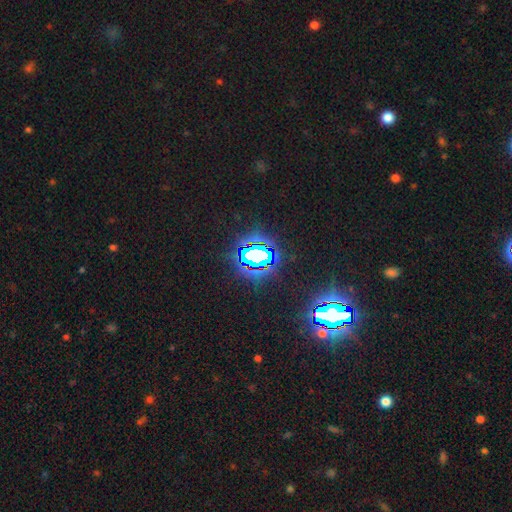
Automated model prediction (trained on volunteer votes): Smooth or featured? star or artifact (73%)